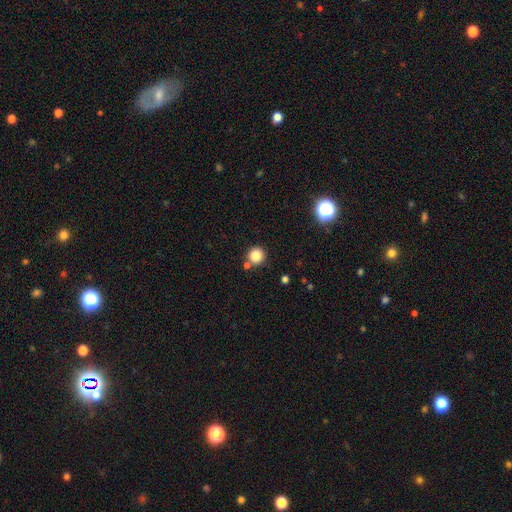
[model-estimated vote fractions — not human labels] A smooth galaxy with no disk features (83%) that is round (93%).

Vote fractions:
- Smooth or featured? smooth: 83% / star or artifact: 12% / featured or disk: 6%
- How rounded? round: 93% / in between: 6% / cigar-shaped: 1%
- Merging? none: 77% / merger: 12% / minor disturbance: 8% / major disturbance: 3%